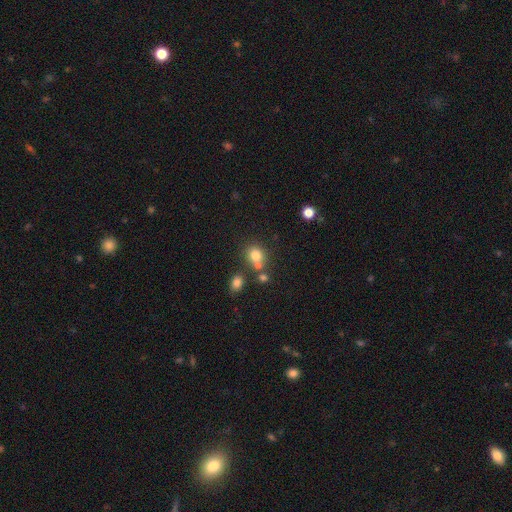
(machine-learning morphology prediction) The model was most divided on "merging": none: 59%, merger: 26%, minor disturbance: 11%, major disturbance: 4%. More confident: smooth or featured — smooth (77%); how rounded — round (77%).